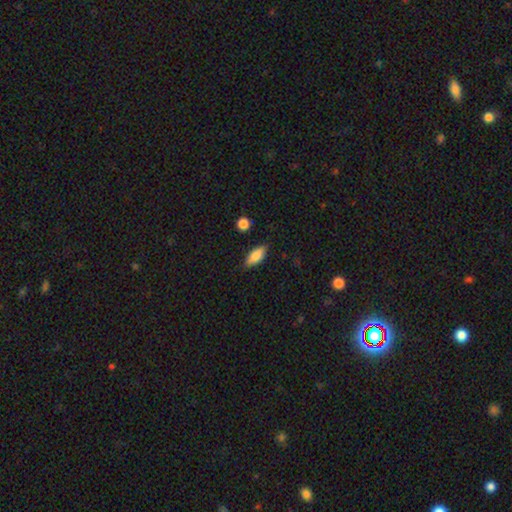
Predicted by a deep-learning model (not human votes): Smooth or featured? smooth (80%)
How rounded? in between (81%)
Merging? none (81%)